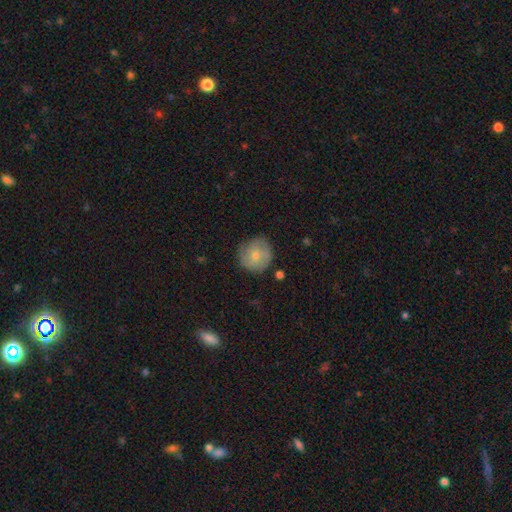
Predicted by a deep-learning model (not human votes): A smooth galaxy with no disk features (59%) that is round (91%).

Vote fractions:
- Smooth or featured? smooth: 59% / featured or disk: 33% / star or artifact: 7%
- How rounded? round: 91% / in between: 8% / cigar-shaped: 1%
- Merging? none: 72% / minor disturbance: 20% / major disturbance: 6% / merger: 2%